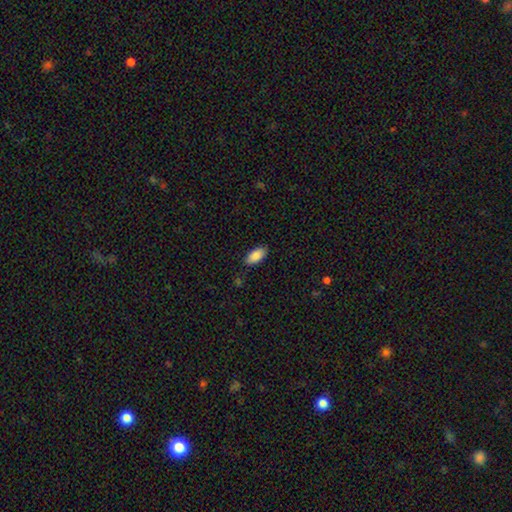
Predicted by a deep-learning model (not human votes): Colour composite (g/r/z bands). It shows a smooth galaxy with no disk features (88%) that is in between round and cigar-shaped (91%). Merging: none (86%).